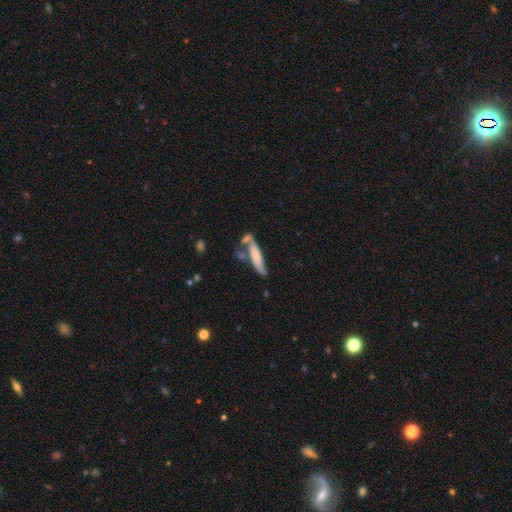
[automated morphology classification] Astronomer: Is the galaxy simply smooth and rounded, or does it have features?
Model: smooth — 63%.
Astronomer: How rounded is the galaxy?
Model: cigar-shaped — 80%.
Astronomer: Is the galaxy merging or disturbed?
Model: none — 47% (runner-up: merger, 24%).